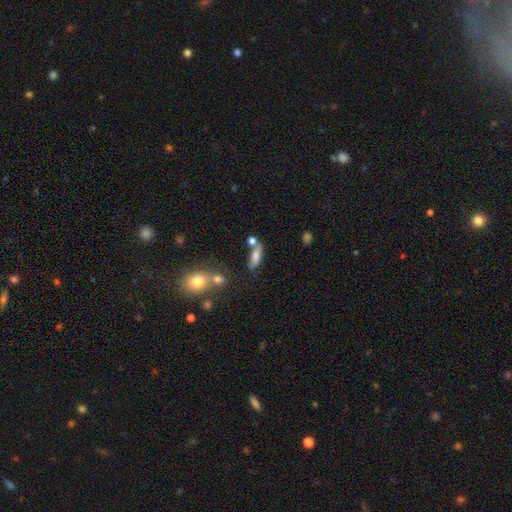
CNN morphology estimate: Q: Smooth or featured?
A: smooth (72%); runner-up: featured or disk (18%)
Q: How rounded?
A: in between (55%); runner-up: cigar-shaped (40%)
Q: Merging?
A: none (45%); runner-up: merger (29%)